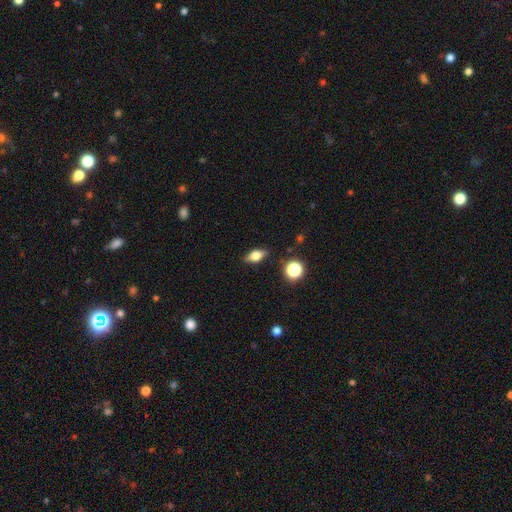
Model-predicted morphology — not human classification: Smooth or featured? smooth (61%)
How rounded? in between (72%)
Merging? none (85%)